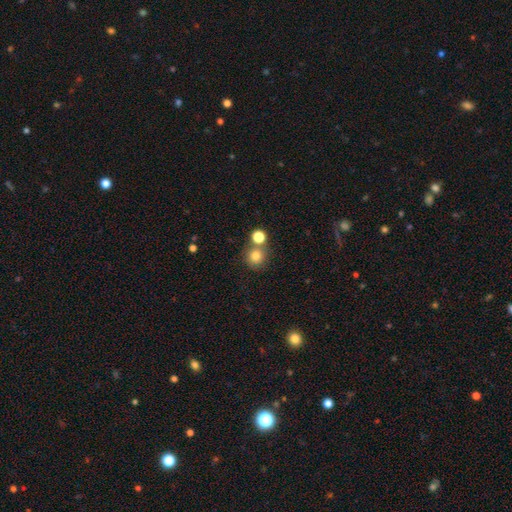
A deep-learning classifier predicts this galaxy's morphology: The model was most divided on "merging": none: 66%, merger: 22%, minor disturbance: 8%, major disturbance: 3%. More confident: how rounded — round (90%); smooth or featured — smooth (80%).